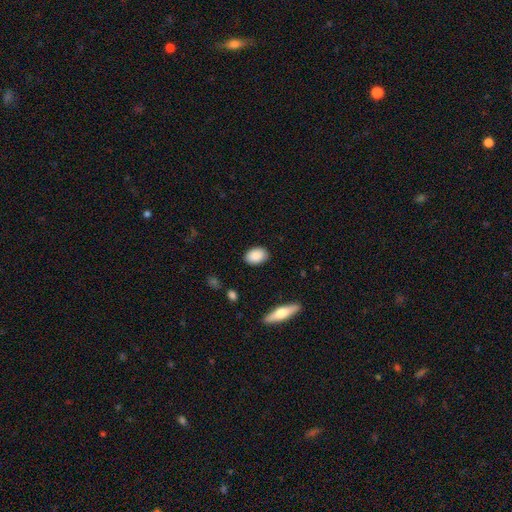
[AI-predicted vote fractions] Overall: smooth (88%). How rounded: in between (84%). Merging: none (88%).